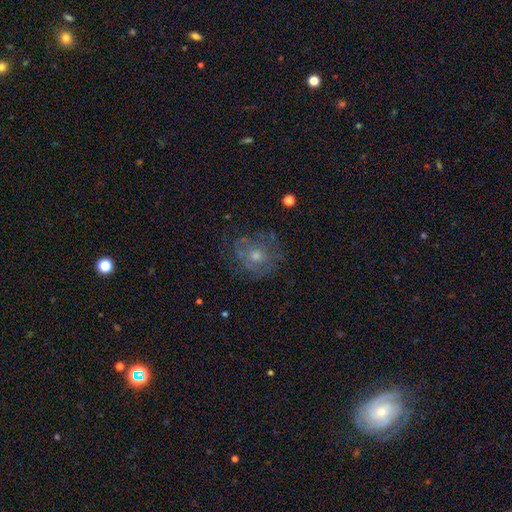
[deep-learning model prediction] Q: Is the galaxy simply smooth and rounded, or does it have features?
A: featured or disk — 48%.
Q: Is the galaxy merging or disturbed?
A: none — 69%.